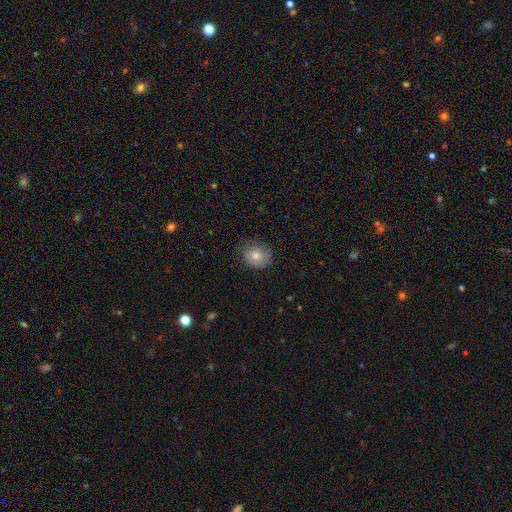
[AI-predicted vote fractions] A smooth galaxy with no disk features (72%) that is round (67%). Merging: none (77%).